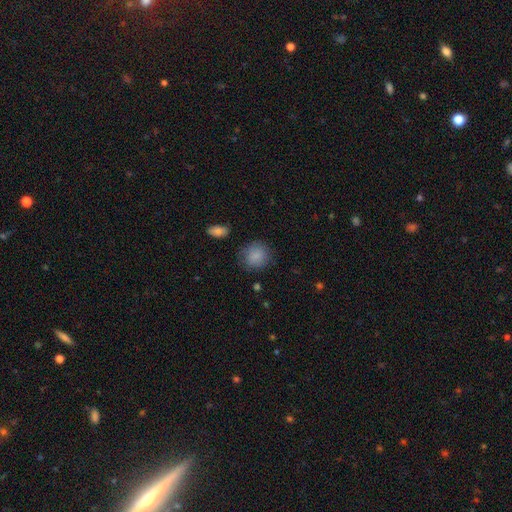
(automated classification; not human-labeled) Overall: smooth (85%). How rounded: round (84%). Merging: none (79%).